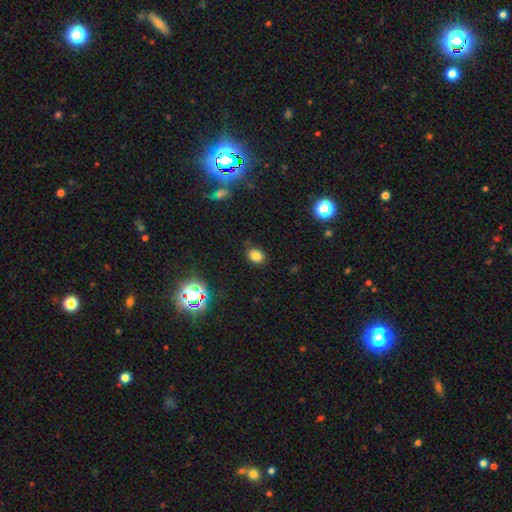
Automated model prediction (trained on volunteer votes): This is likely a smooth galaxy (80%). How rounded: possibly in between (58%). Merging: clearly none (85%).